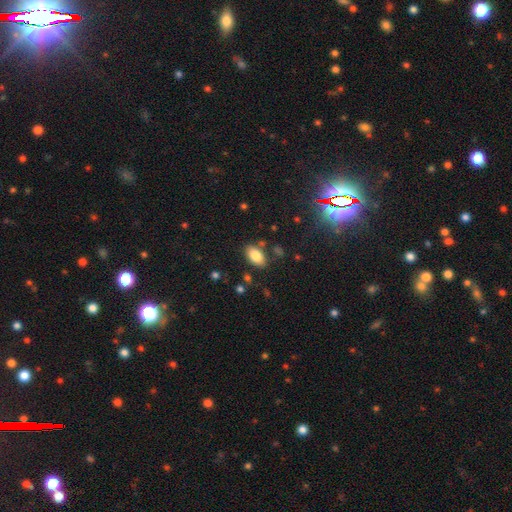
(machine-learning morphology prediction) smooth 83%, featured or disk 9%, star or artifact 8%. Down the decision tree: how rounded — in between (93%); merging — none (82%).